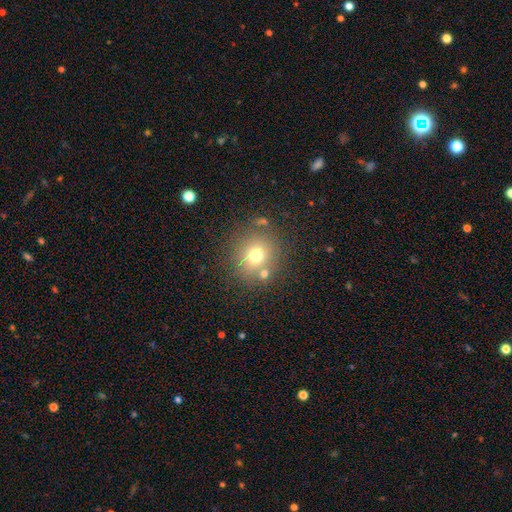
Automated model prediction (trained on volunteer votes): A smooth galaxy with no disk features (70%) that is round (88%). Merging: none (75%).